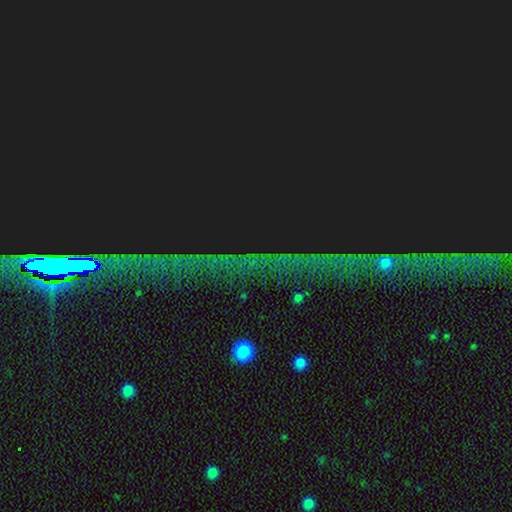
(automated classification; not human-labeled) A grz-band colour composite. It shows a star or artifact, not a galaxy (83%).